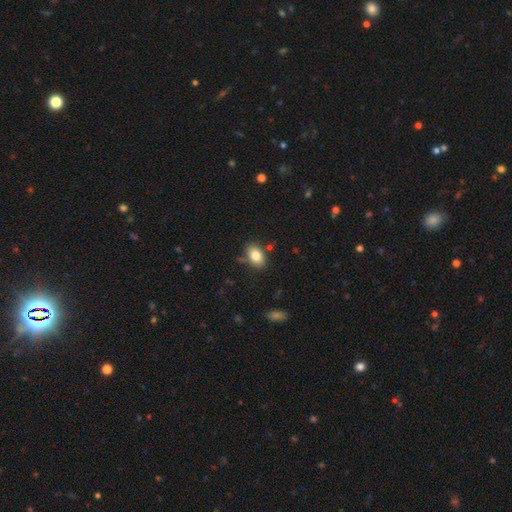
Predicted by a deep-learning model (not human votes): A smooth galaxy with no disk features (83%) that is in between round and cigar-shaped (86%).

Vote fractions:
- Smooth or featured? smooth: 83% / featured or disk: 9% / star or artifact: 8%
- How rounded? in between: 86% / round: 12% / cigar-shaped: 1%
- Merging? none: 78% / minor disturbance: 14% / merger: 5% / major disturbance: 3%